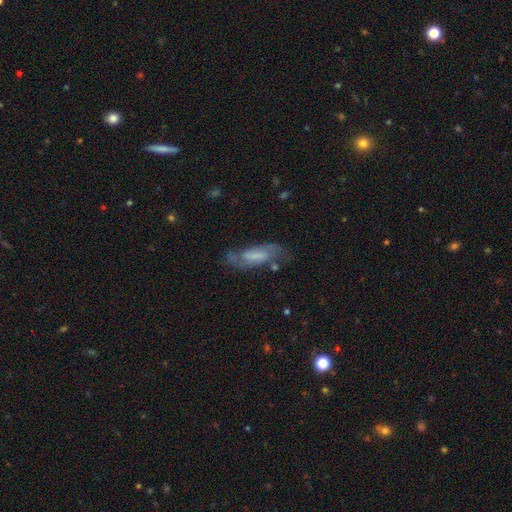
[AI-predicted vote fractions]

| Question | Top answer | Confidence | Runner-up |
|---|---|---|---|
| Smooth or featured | featured or disk | 56% | smooth (36%) |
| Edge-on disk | no | 82% | yes (18%) |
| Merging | none | 60% | minor disturbance (23%) |